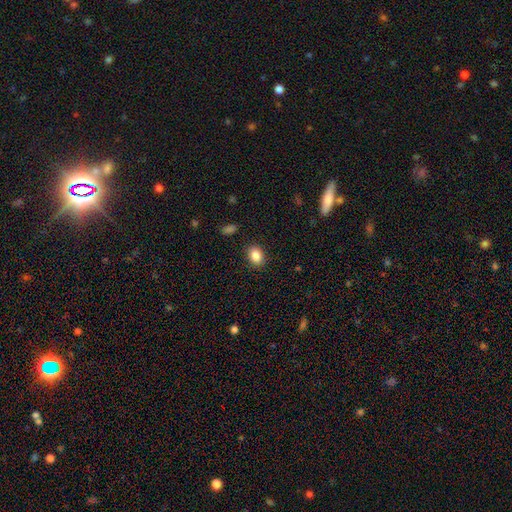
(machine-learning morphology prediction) Smooth or featured? smooth (87%)
How rounded? in between (70%)
Merging? none (87%)